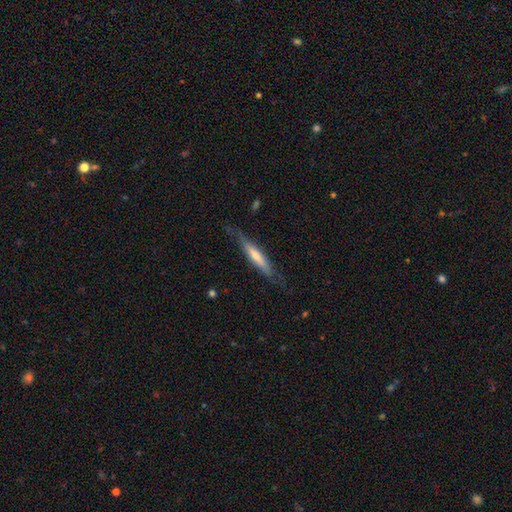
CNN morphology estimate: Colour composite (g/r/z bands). It shows a featured or disk galaxy (60%) viewed edge-on (88%) with a rounded central bulge (53%). Merging: none (75%).